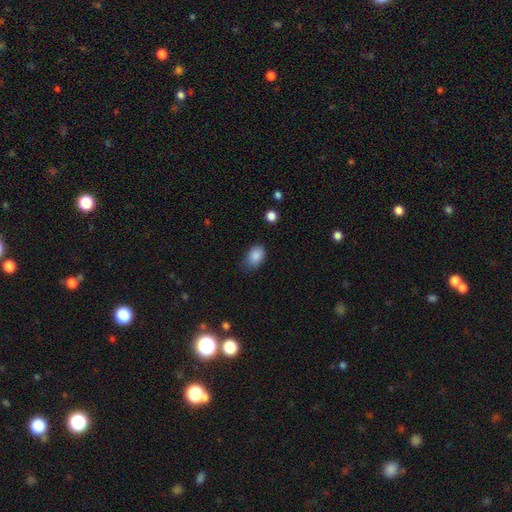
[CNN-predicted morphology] smooth-or-featured: smooth: 87% | star or artifact: 8% | featured or disk: 4%
  how-rounded: in between: 81% | round: 18% | cigar-shaped: 1%
  merging: none: 69% | minor disturbance: 25% | major disturbance: 5% | merger: 1%